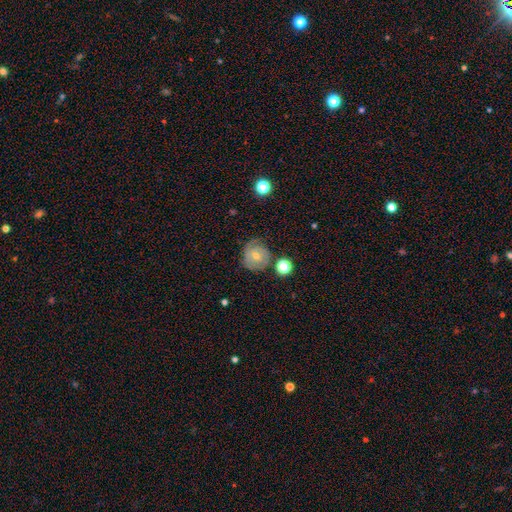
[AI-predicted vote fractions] Smooth or featured?
  - featured or disk: 60% *
  - smooth: 31%
  - star or artifact: 9%
Edge-on disk?
  - no: 97% *
  - yes: 3%
Bar?
  - no: 74% *
  - weak: 22%
  - strong: 4%
Spiral arms?
  - yes: 84% *
  - no: 16%
Bulge size?
  - small: 55% *
  - moderate: 41%
  - none: 2%
  - large: 2%
  - dominant: 1%
Merging?
  - none: 65% *
  - minor disturbance: 22%
  - major disturbance: 8%
  - merger: 5%